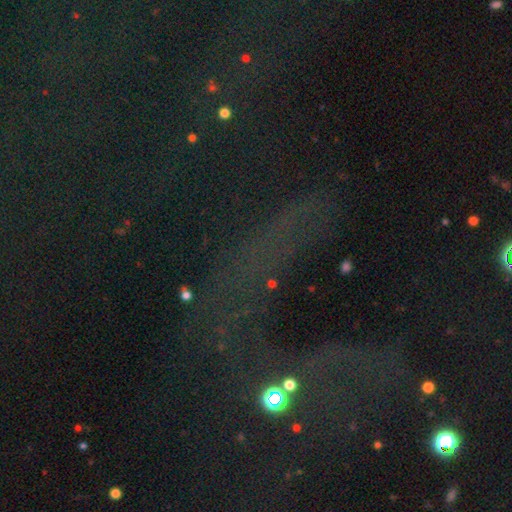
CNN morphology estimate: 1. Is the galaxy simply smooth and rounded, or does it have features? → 68% star or artifact, 17% smooth, 15% featured or disk.